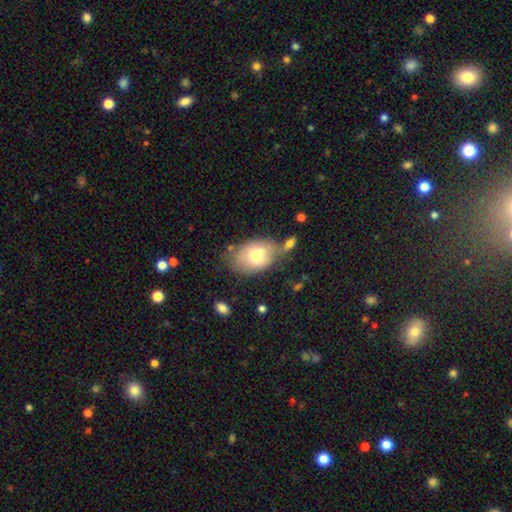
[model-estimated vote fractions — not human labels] Smooth or featured?
  - smooth: 67% *
  - featured or disk: 25%
  - star or artifact: 8%
How rounded?
  - in between: 82% *
  - round: 17%
  - cigar-shaped: 1%
Merging?
  - none: 47% *
  - merger: 24%
  - minor disturbance: 21%
  - major disturbance: 8%